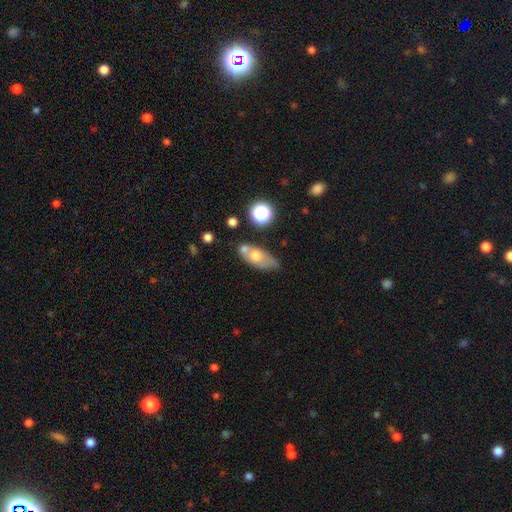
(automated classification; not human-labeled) Smooth or featured: smooth — 59% (featured or disk — 31%)
How rounded: in between — 75% (cigar-shaped — 15%)
Merging: none — 47% (minor disturbance — 24%)